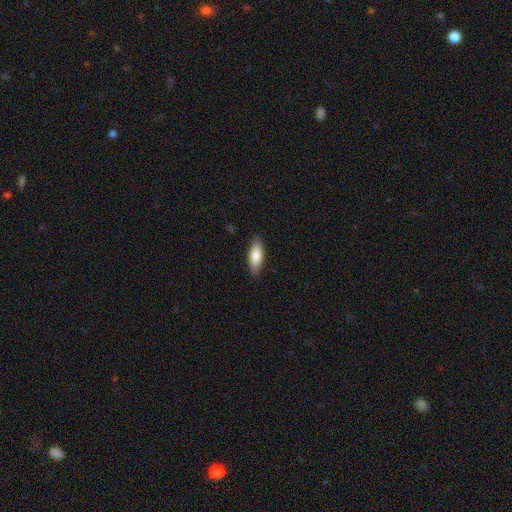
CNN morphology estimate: The model was most divided on "how rounded": in between: 68%, cigar-shaped: 30%, round: 2%. More confident: merging — none (87%); smooth or featured — smooth (83%).